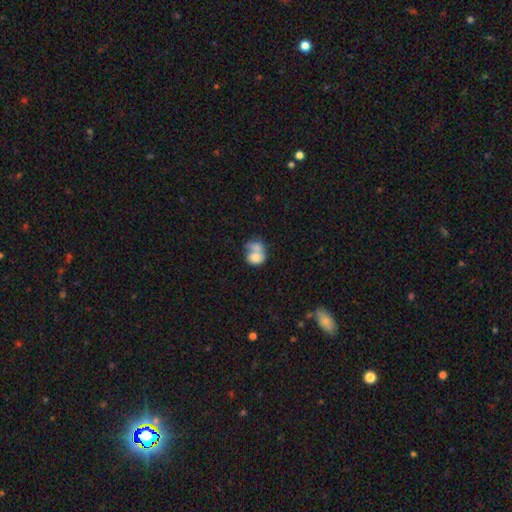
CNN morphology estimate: The model was most divided on "how rounded": in between: 50%, round: 49%, cigar-shaped: 1%. More confident: smooth or featured — smooth (69%); merging — merger (54%).